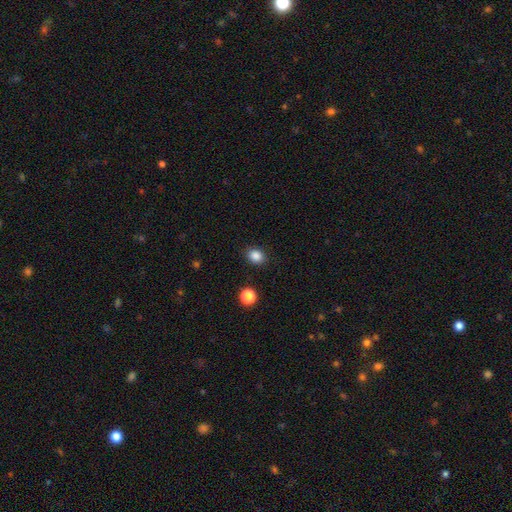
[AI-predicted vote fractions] A smooth galaxy with no disk features (86%) that is round (51%). Merging: none (88%).